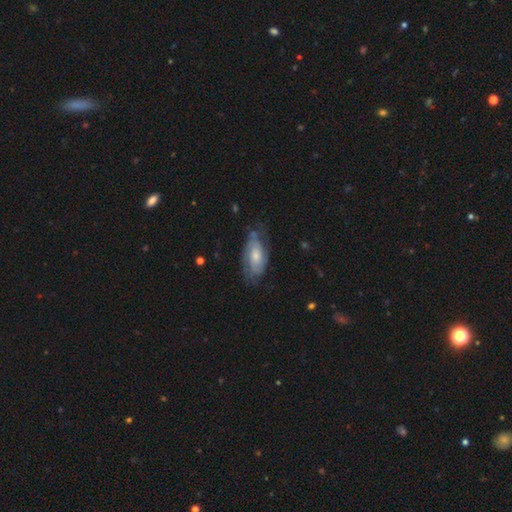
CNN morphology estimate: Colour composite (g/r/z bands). It shows a featured or disk galaxy (58%) with no bar (71%), spiral arms (82%) and a small central bulge (47%). Merging: none (59%).